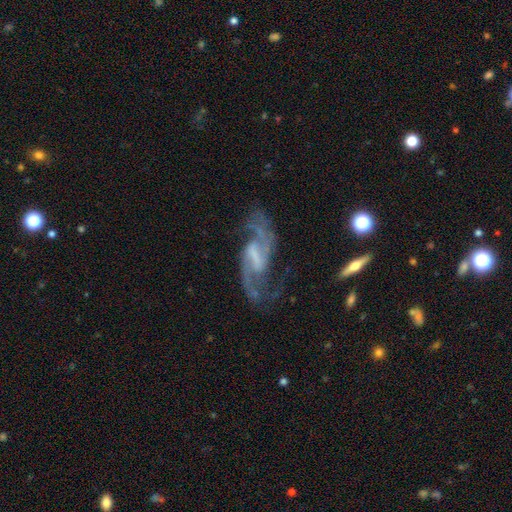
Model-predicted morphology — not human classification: Overall: featured or disk (91%). Edge-on disk: no (96%). Bar: weak (48%; strong 39%). Spiral arms: yes (97%). Spiral arm count: 2 (92%). Spiral winding: medium (50%; loose 39%). Bulge size: none (45%; small 31%). Merging: none (71%).